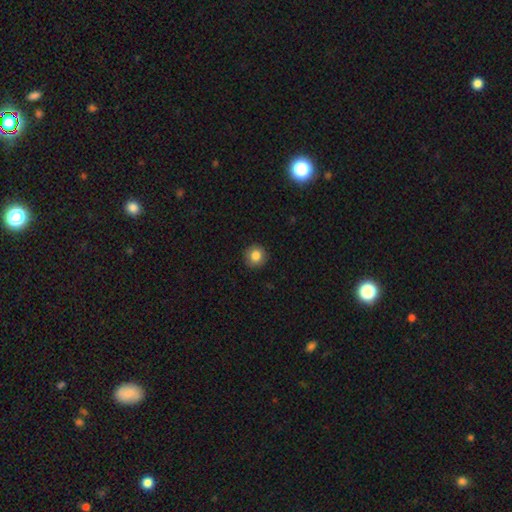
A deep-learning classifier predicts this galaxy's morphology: Smooth or featured? smooth (84%)
How rounded? round (94%)
Merging? none (91%)